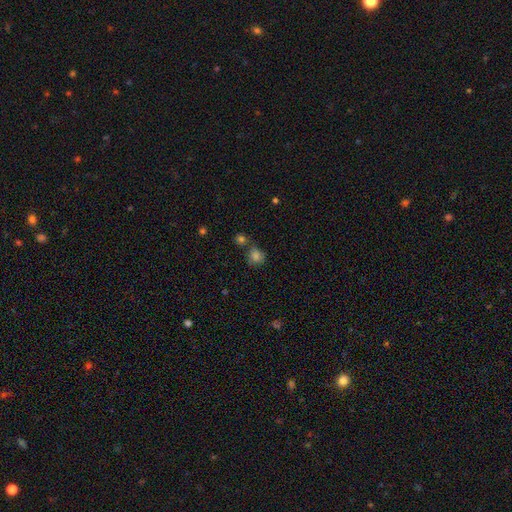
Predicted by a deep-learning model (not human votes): smooth_or_featured: smooth (p=0.77) [alt: star or artifact p=0.15]
how_rounded: round (p=0.80) [alt: in between p=0.19]
merging: none (p=0.61) [alt: merger p=0.20]